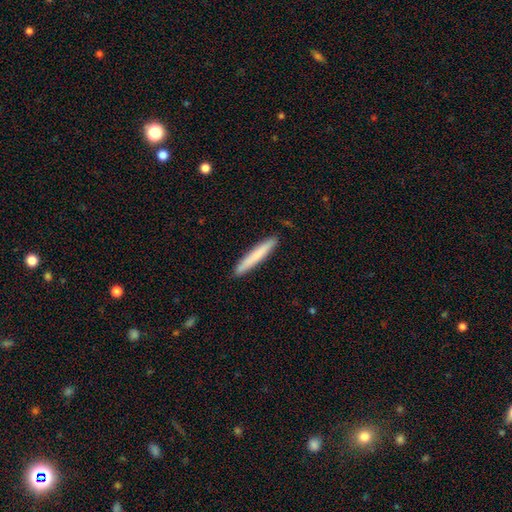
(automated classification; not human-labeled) Q: Smooth or featured?
A: smooth (76%); runner-up: featured or disk (19%)
Q: How rounded?
A: cigar-shaped (96%); runner-up: in between (3%)
Q: Merging?
A: none (91%); runner-up: minor disturbance (7%)